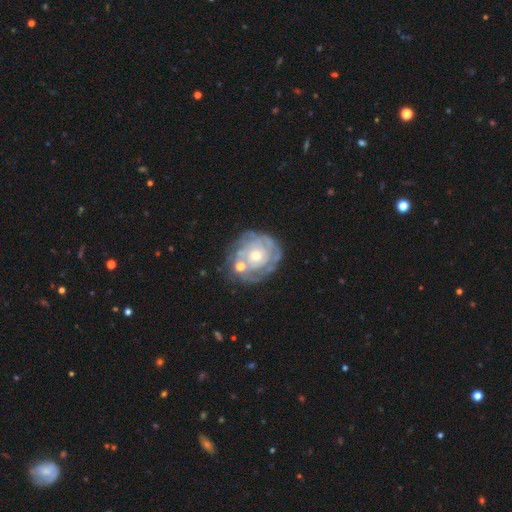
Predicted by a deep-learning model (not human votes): Smooth or featured?
  - featured or disk: 73% *
  - smooth: 20%
  - star or artifact: 7%
Edge-on disk?
  - no: 97% *
  - yes: 3%
Bar?
  - no: 86% *
  - weak: 11%
  - strong: 2%
Spiral arms?
  - yes: 66% *
  - no: 34%
Bulge size?
  - small: 48% *
  - moderate: 45%
  - large: 4%
  - none: 2%
  - dominant: 1%
Merging?
  - none: 62% *
  - minor disturbance: 18%
  - merger: 11%
  - major disturbance: 9%